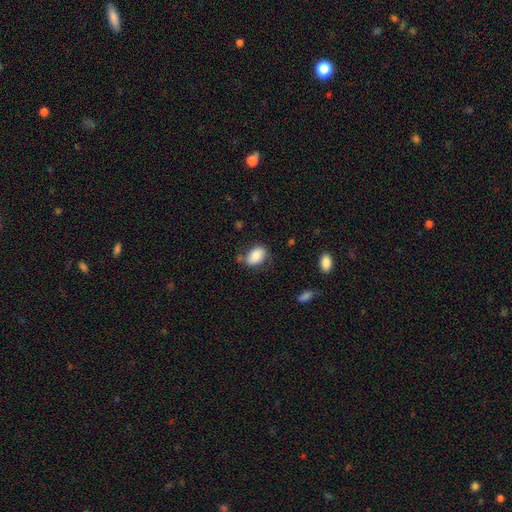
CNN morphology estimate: Smooth or featured? smooth (80%)
How rounded? in between (84%)
Merging? none (68%)